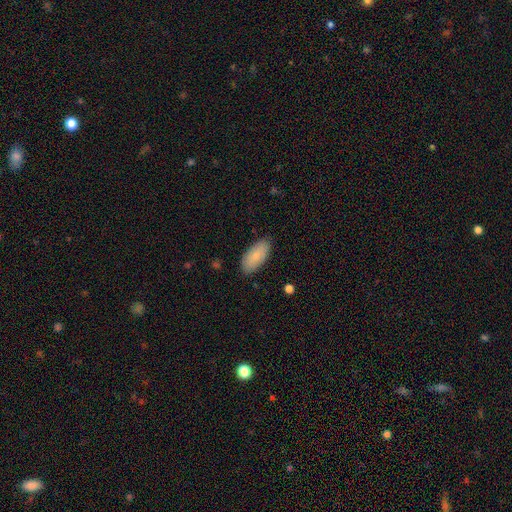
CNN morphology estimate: A smooth galaxy with no disk features (84%) that is in between round and cigar-shaped (91%).

Vote fractions:
- Smooth or featured? smooth: 84% / featured or disk: 10% / star or artifact: 6%
- How rounded? in between: 91% / cigar-shaped: 7% / round: 2%
- Merging? none: 86% / minor disturbance: 11% / major disturbance: 2% / merger: 1%